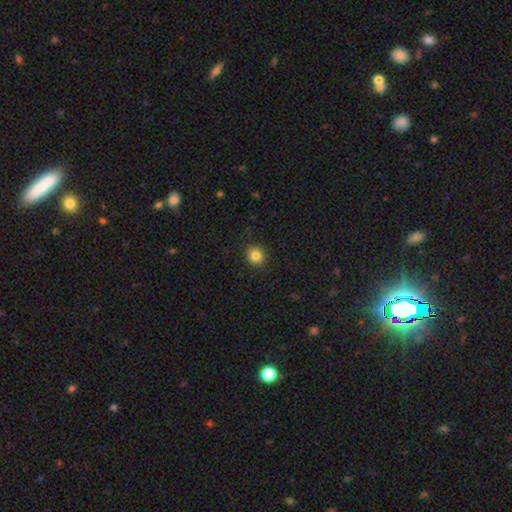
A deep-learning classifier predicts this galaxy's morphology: Smooth or featured? Predicted: smooth (p=0.84). How rounded? Predicted: round (p=0.81). Merging? Predicted: none (p=0.91).